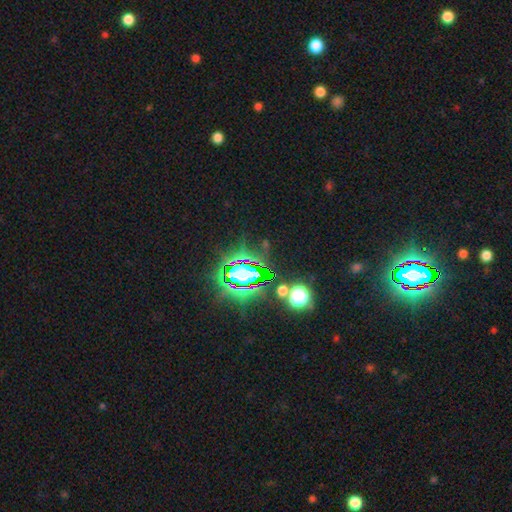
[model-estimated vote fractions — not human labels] star or artifact 82%, smooth 10%, featured or disk 7%.